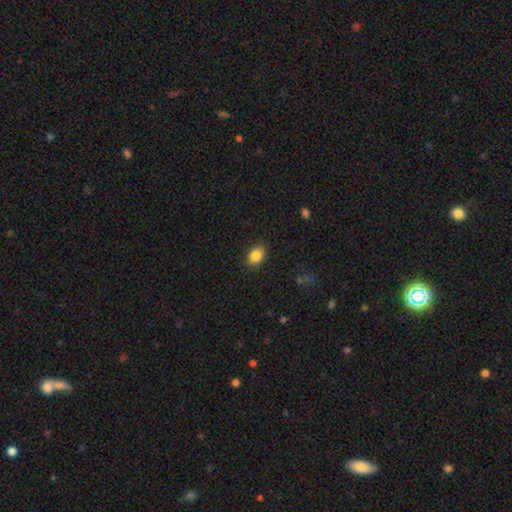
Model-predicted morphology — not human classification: A smooth galaxy with no disk features (86%) that is in between round and cigar-shaped (72%).

Vote fractions:
- Smooth or featured? smooth: 86% / star or artifact: 9% / featured or disk: 5%
- How rounded? in between: 72% / round: 27% / cigar-shaped: 1%
- Merging? none: 86% / minor disturbance: 10% / major disturbance: 3% / merger: 1%